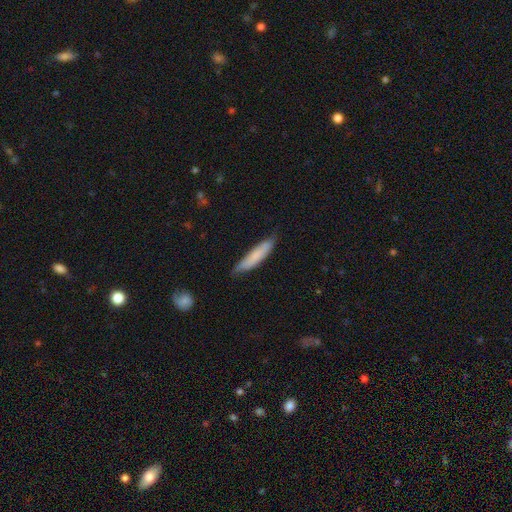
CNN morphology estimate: Q: Smooth or featured?
A: smooth (77%); runner-up: featured or disk (18%)
Q: How rounded?
A: cigar-shaped (84%); runner-up: in between (15%)
Q: Merging?
A: none (73%); runner-up: minor disturbance (22%)